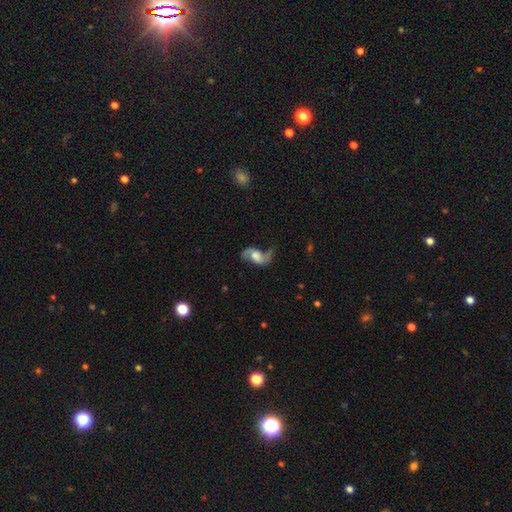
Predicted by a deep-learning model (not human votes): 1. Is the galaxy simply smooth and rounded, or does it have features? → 76% featured or disk, 17% smooth, 7% star or artifact.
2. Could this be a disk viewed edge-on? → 95% no, 5% yes.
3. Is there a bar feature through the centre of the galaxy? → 49% no, 38% weak, 13% strong.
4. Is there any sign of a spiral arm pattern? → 92% yes, 8% no.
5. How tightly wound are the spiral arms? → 71% loose, 23% medium, 6% tight.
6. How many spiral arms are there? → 89% 2, 4% 1, 3% can't tell, 1% 3, 1% 4, 1% more than 4.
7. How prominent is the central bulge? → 38% moderate, 31% large, 16% small, 11% none, 4% dominant.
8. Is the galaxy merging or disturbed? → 57% none, 21% minor disturbance, 18% major disturbance, 3% merger.